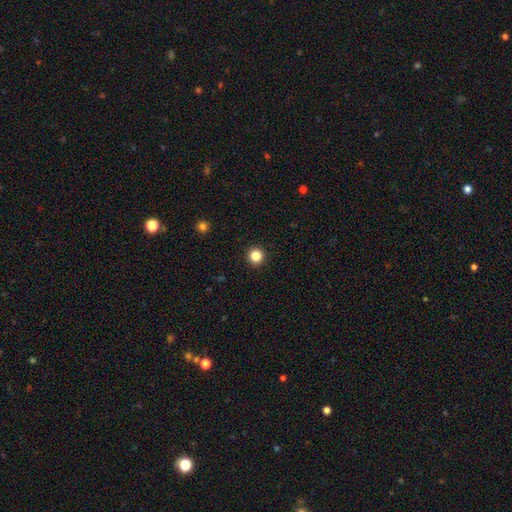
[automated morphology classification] Overall: smooth (84%). How rounded: round (96%). Merging: none (94%).